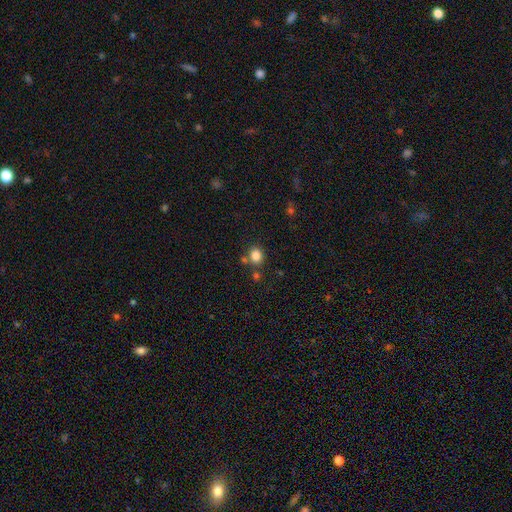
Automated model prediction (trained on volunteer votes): The model was most divided on "how rounded": round: 69%, in between: 30%, cigar-shaped: 1%. More confident: smooth or featured — smooth (83%); merging — none (74%).